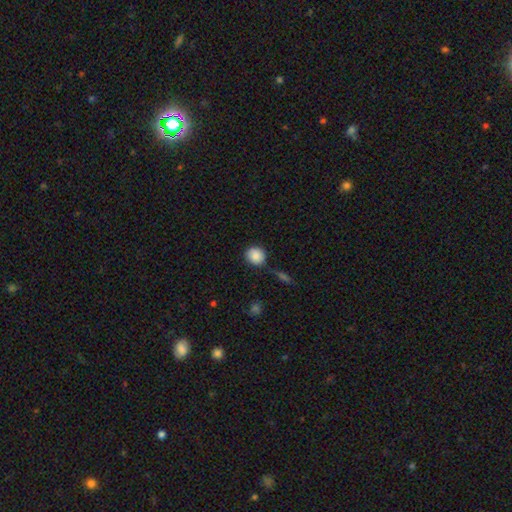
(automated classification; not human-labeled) Overall: smooth (87%). How rounded: round (82%). Merging: none (78%).